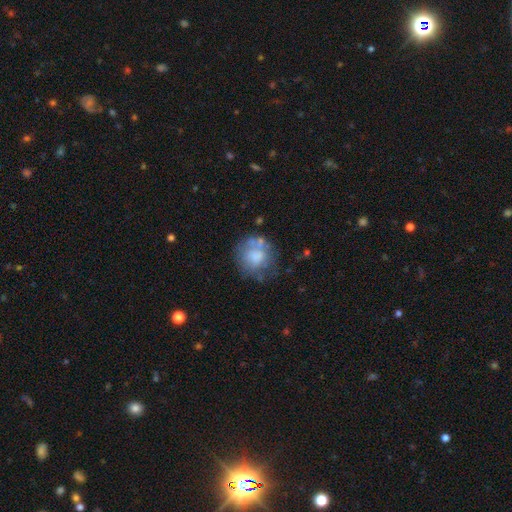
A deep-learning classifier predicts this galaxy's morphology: This appears to be a smooth galaxy with no disk features (56%) that is round (80%). Merging: none (52%).